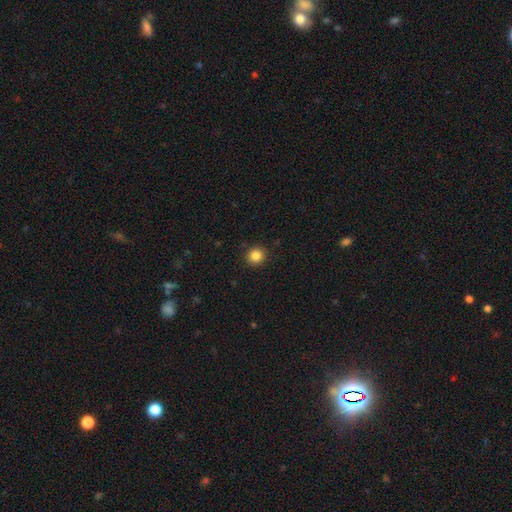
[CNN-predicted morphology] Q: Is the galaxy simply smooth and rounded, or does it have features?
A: smooth — 85%.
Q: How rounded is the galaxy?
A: round — 90%.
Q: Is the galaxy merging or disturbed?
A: none — 91%.